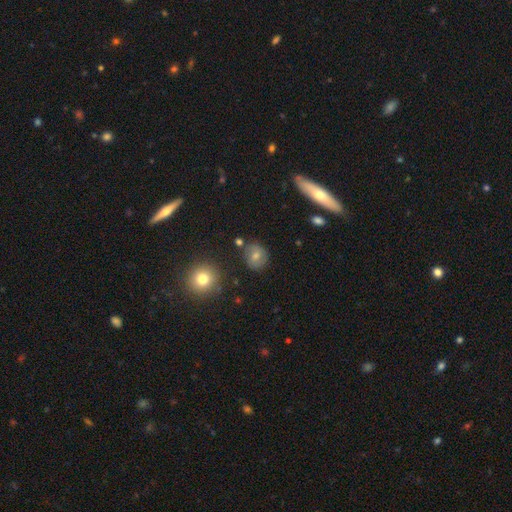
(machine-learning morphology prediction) smooth 70%, featured or disk 17%, star or artifact 13%. Down the decision tree: how rounded — round (75%); merging — none (73%).